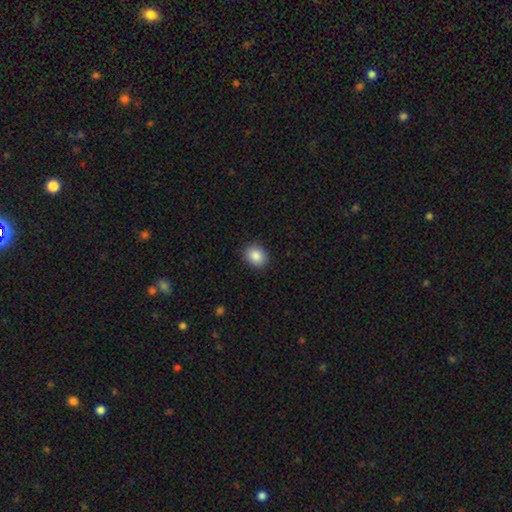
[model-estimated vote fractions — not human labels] Smooth or featured? Predicted: smooth (p=0.87). How rounded? Predicted: round (p=0.59). Merging? Predicted: none (p=0.89).